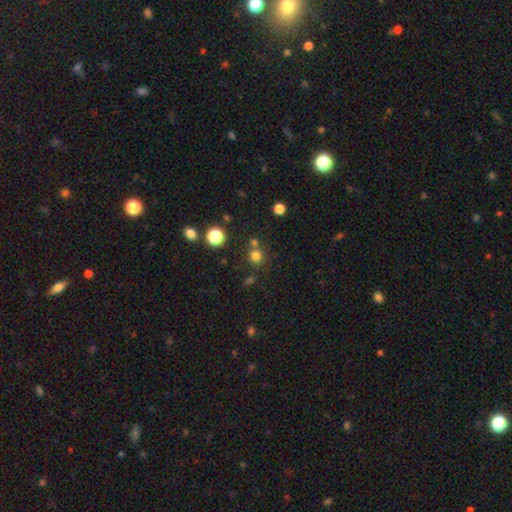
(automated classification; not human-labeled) smooth-or-featured: smooth: 74% | star or artifact: 19% | featured or disk: 6%
  how-rounded: round: 91% | in between: 8% | cigar-shaped: 1%
  merging: none: 71% | merger: 19% | minor disturbance: 8% | major disturbance: 3%